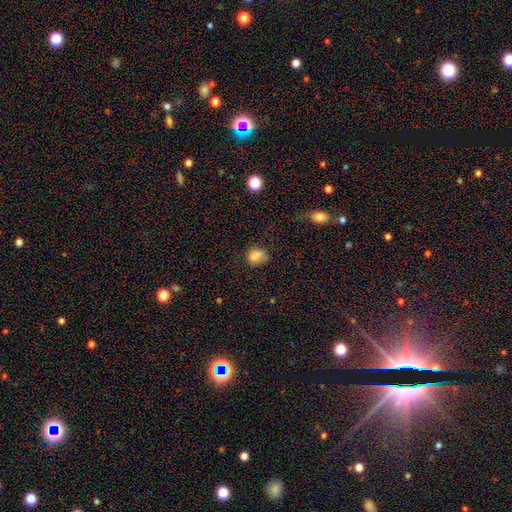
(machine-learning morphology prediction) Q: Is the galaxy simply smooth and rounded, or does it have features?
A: smooth — 81%.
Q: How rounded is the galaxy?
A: in between — 55%.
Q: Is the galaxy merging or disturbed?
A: none — 57%.